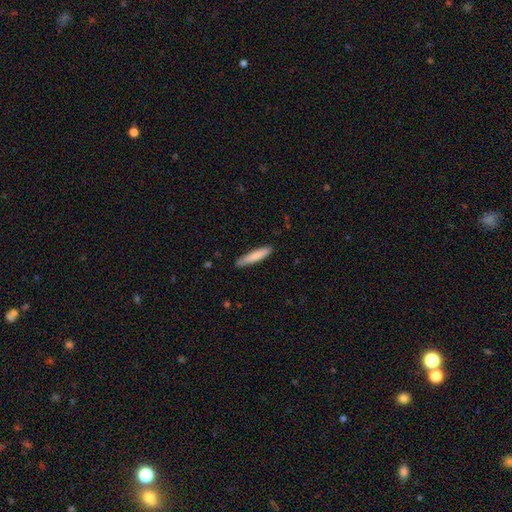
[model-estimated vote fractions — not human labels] Smooth or featured? Predicted: smooth (p=0.81). How rounded? Predicted: cigar-shaped (p=0.89). Merging? Predicted: none (p=0.86).